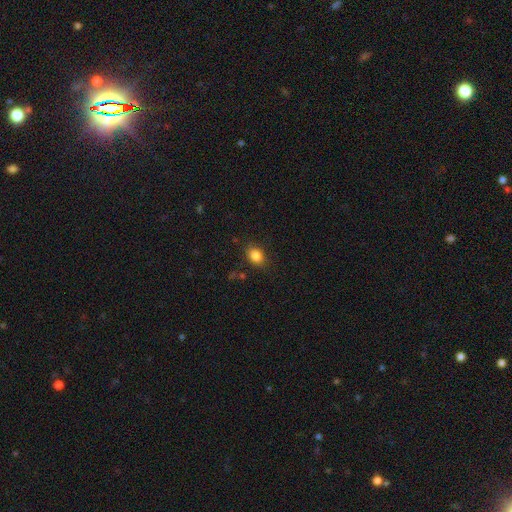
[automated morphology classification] type=smooth (84%); roundness=in between (61%); merging=none (83%).